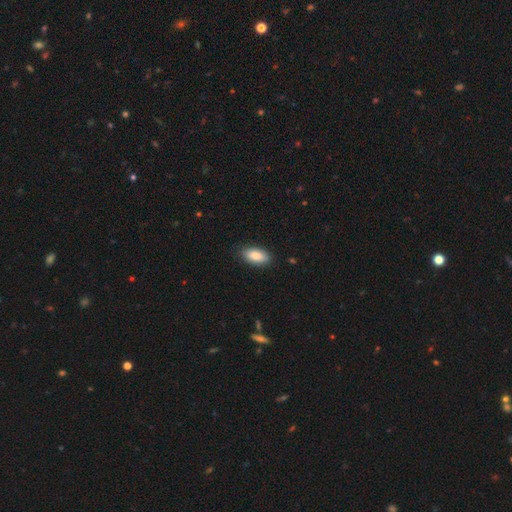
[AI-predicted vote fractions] Smooth or featured?
  - smooth: 86% *
  - featured or disk: 7%
  - star or artifact: 7%
How rounded?
  - in between: 90% *
  - cigar-shaped: 7%
  - round: 3%
Merging?
  - none: 85% *
  - minor disturbance: 12%
  - major disturbance: 2%
  - merger: 1%